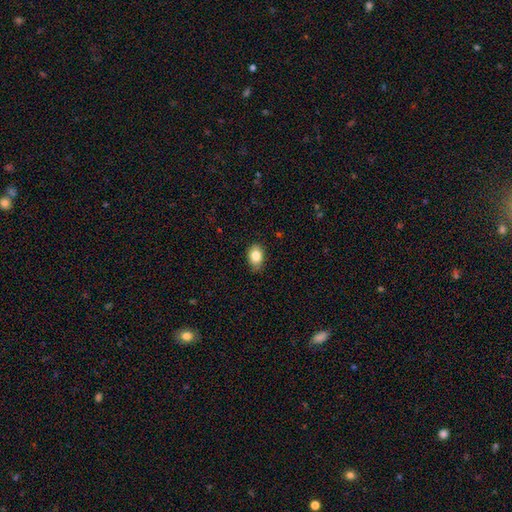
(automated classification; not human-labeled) smooth-or-featured: smooth: 84% | star or artifact: 8% | featured or disk: 8%
  how-rounded: in between: 81% | round: 17% | cigar-shaped: 1%
  merging: none: 80% | minor disturbance: 16% | major disturbance: 2% | merger: 1%